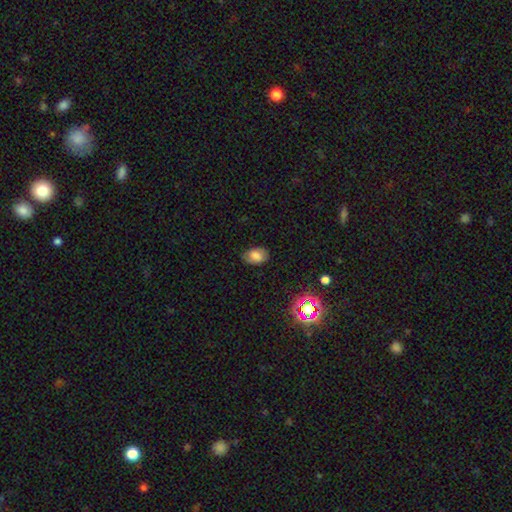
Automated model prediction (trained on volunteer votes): Smooth or featured?
  - smooth: 74% *
  - featured or disk: 13%
  - star or artifact: 13%
How rounded?
  - in between: 83% *
  - round: 16%
  - cigar-shaped: 1%
Merging?
  - none: 78% *
  - minor disturbance: 17%
  - major disturbance: 4%
  - merger: 1%